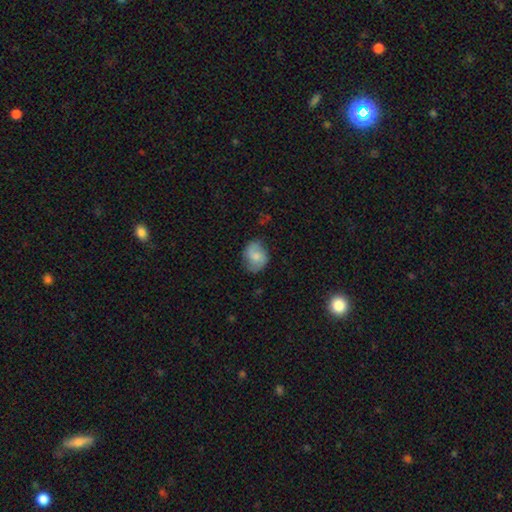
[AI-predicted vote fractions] smooth 54%, featured or disk 38%, star or artifact 8%. Down the decision tree: how rounded — round (51%); merging — none (68%).